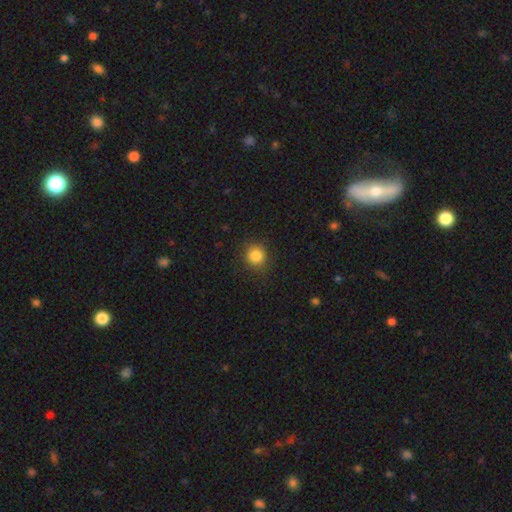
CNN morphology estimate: type=smooth (84%); roundness=round (92%); merging=none (89%).